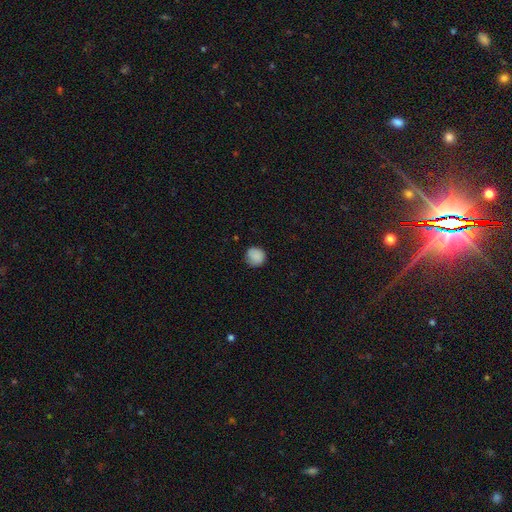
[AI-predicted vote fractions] Overall: smooth (88%). How rounded: round (91%). Merging: none (82%).